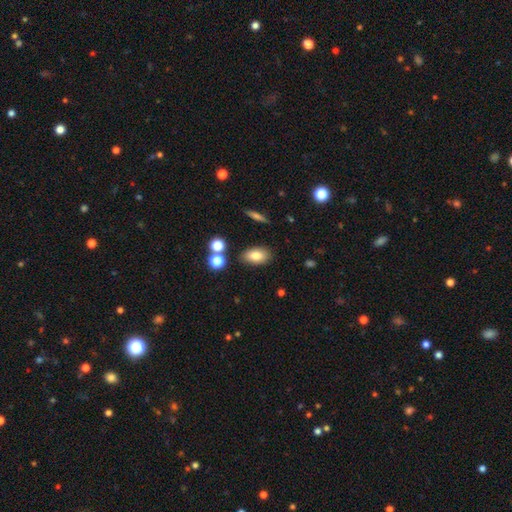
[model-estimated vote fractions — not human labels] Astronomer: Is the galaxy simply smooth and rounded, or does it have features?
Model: smooth — 80%.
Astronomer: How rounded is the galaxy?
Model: in between — 89%.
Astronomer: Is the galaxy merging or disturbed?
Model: none — 81%.